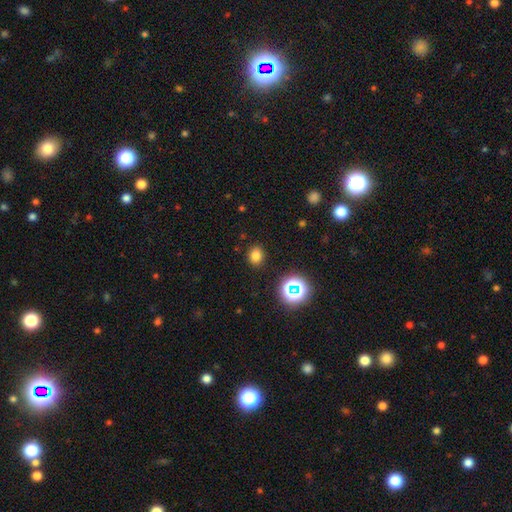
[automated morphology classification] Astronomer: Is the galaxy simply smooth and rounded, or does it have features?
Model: smooth — 75%.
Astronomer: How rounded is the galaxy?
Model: round — 64%.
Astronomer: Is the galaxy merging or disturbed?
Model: none — 88%.